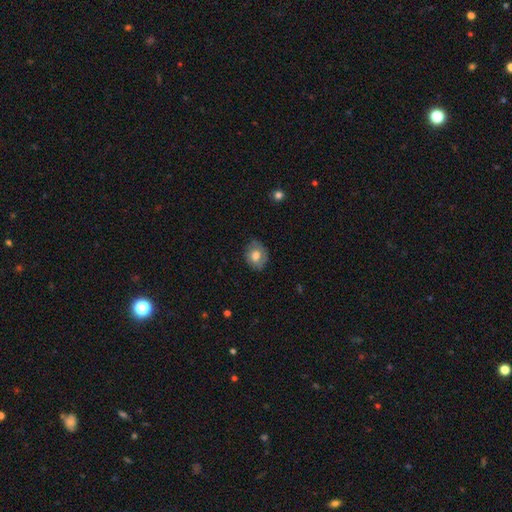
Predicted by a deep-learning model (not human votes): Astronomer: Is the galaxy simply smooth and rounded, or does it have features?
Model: smooth — 71%.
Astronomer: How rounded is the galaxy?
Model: in between — 50% (runner-up: round, 49%).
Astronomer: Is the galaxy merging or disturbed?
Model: none — 76%.